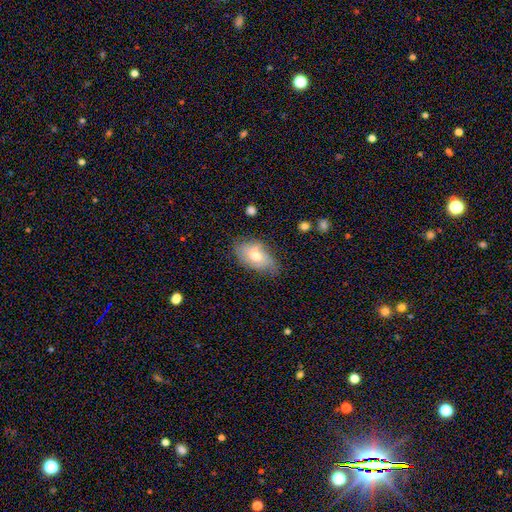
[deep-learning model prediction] Smooth or featured? smooth (56%)
How rounded? in between (91%)
Merging? none (58%)